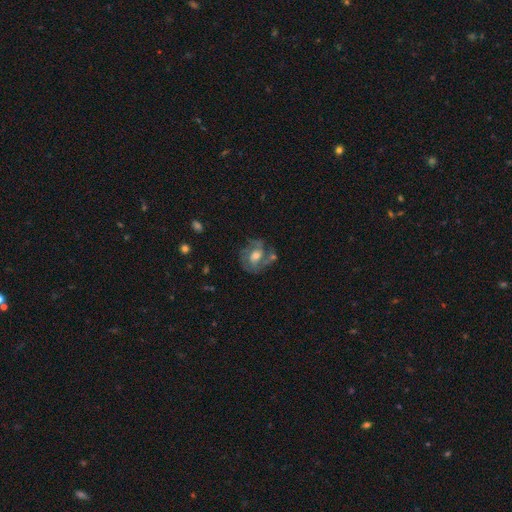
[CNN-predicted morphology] Smooth or featured: featured or disk — 75% (smooth — 18%)
Edge-on disk: no — 97% (yes — 3%)
Bar: no — 52% (weak — 38%)
Spiral arms: yes — 89% (no — 11%)
Spiral winding: medium — 45% (tight — 40%)
Spiral arm count: 2 — 35% (3 — 30%)
Bulge size: moderate — 62% (small — 28%)
Merging: none — 55% (minor disturbance — 20%)